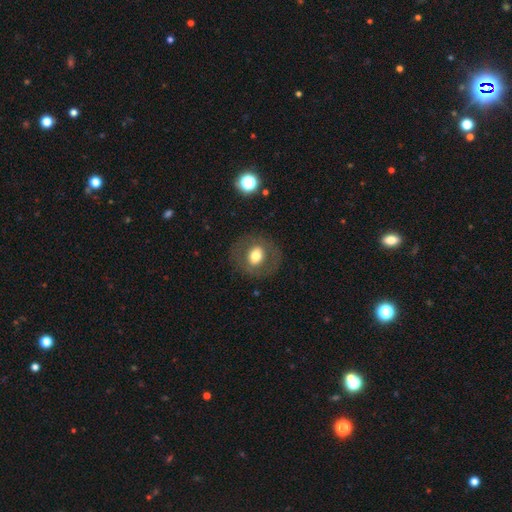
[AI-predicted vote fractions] Q: Smooth or featured?
A: smooth (60%); runner-up: featured or disk (32%)
Q: How rounded?
A: round (69%); runner-up: in between (30%)
Q: Merging?
A: none (82%); runner-up: minor disturbance (10%)